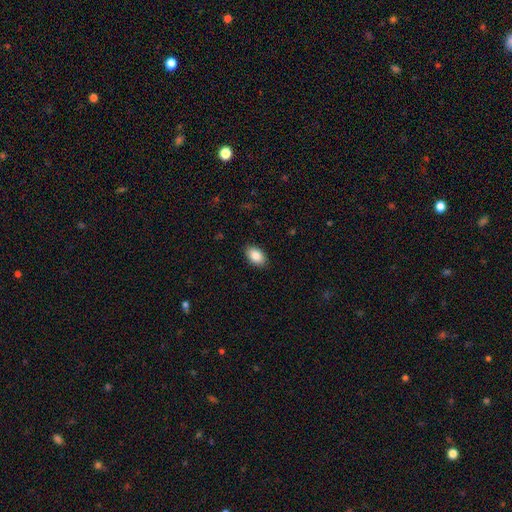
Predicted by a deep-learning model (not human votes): smooth-or-featured: smooth: 87% | star or artifact: 7% | featured or disk: 6%
  how-rounded: in between: 91% | round: 8% | cigar-shaped: 1%
  merging: none: 89% | minor disturbance: 8% | major disturbance: 2% | merger: 1%